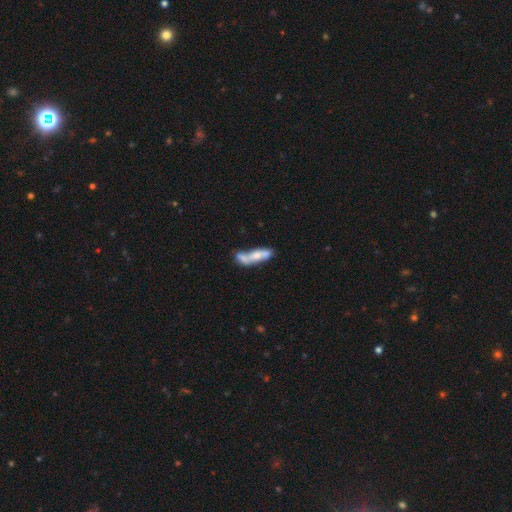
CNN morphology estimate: Overall: smooth (50%; featured or disk 43%). Merging: merger (38%; none 33%).